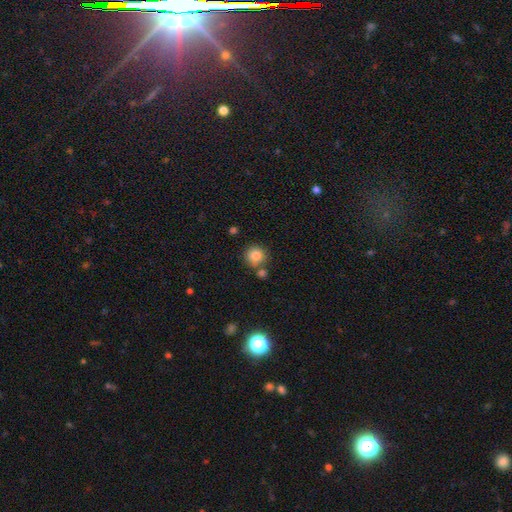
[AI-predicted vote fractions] Smooth or featured? smooth (83%)
How rounded? round (93%)
Merging? none (71%)